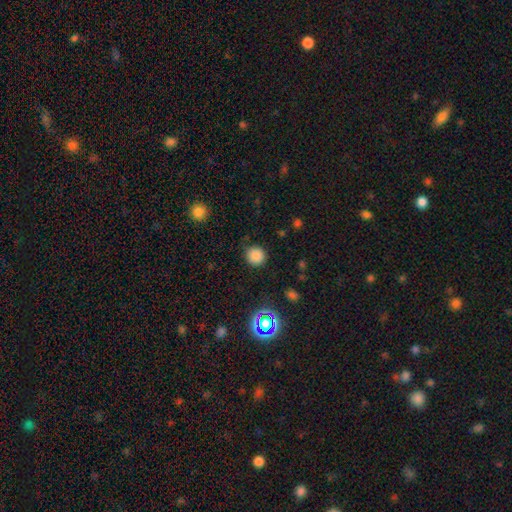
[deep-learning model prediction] Smooth or featured? Predicted: smooth (p=0.83). How rounded? Predicted: round (p=0.94). Merging? Predicted: none (p=0.87).